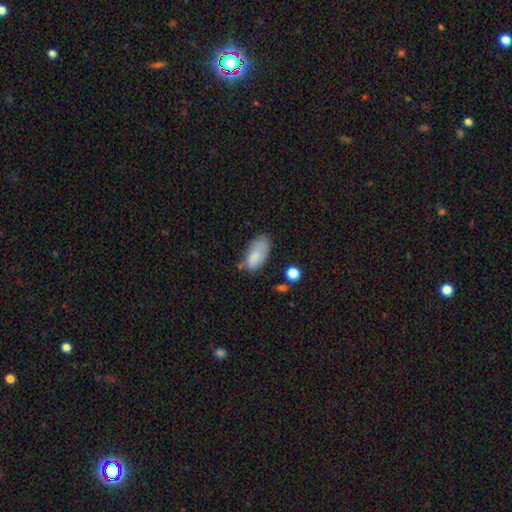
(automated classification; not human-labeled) smooth 81%, featured or disk 11%, star or artifact 8%. Down the decision tree: how rounded — in between (91%); merging — none (51%).